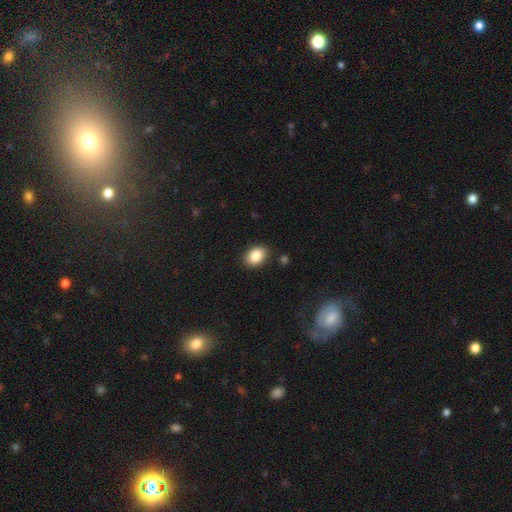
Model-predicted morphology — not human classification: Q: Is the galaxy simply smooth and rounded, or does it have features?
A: smooth — 87%.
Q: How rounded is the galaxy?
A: in between — 77%.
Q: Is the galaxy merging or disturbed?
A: none — 86%.